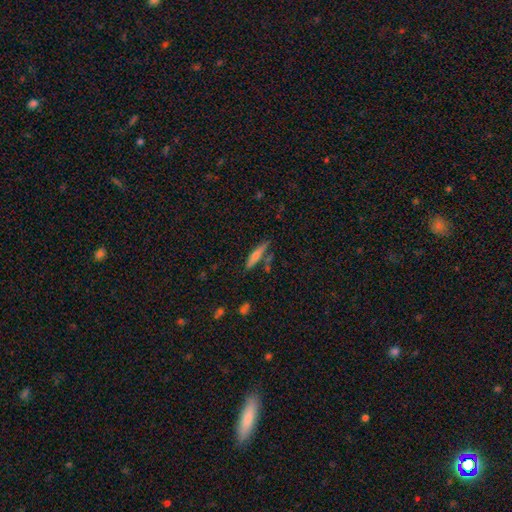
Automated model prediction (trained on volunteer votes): Q: Smooth or featured?
A: smooth (51%); runner-up: featured or disk (42%)
Q: How rounded?
A: cigar-shaped (84%); runner-up: in between (14%)
Q: Merging?
A: none (74%); runner-up: minor disturbance (13%)